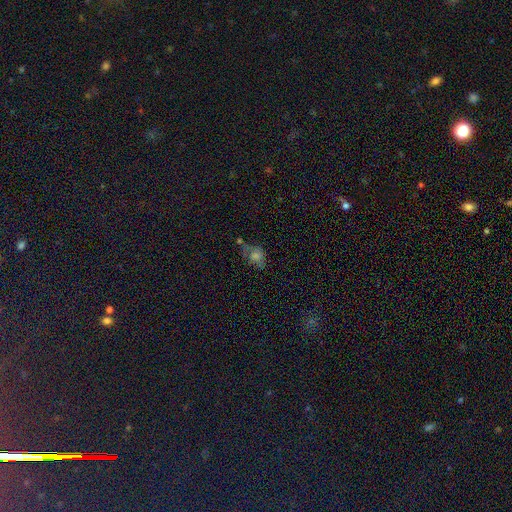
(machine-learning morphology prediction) The model was most divided on "smooth or featured": smooth: 46%, star or artifact: 29%, featured or disk: 25%. Remaining: merging — none (48%).